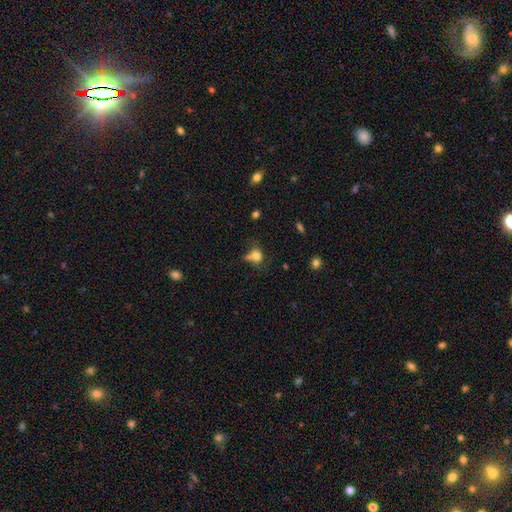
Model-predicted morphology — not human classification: smooth_or_featured: smooth (p=0.74) [alt: featured or disk p=0.13]
how_rounded: round (p=0.61) [alt: in between p=0.37]
merging: none (p=0.37) [alt: minor disturbance p=0.26]